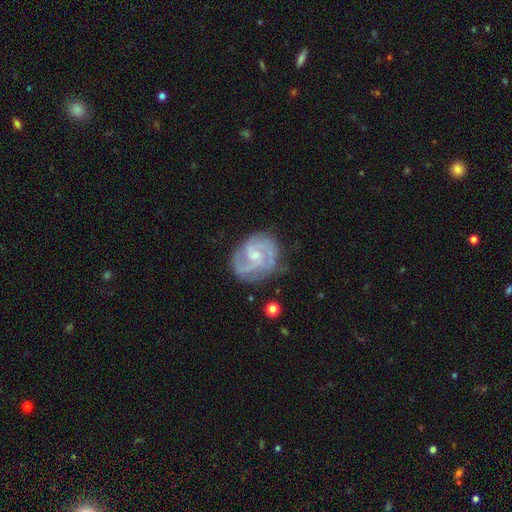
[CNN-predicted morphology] Smooth or featured? featured or disk (86%)
Edge-on disk? no (98%)
Bar? no (50%)
Spiral arms? yes (96%)
Spiral winding? medium (48%)
Spiral arm count? 2 (46%)
Bulge size? small (60%)
Merging? none (71%)